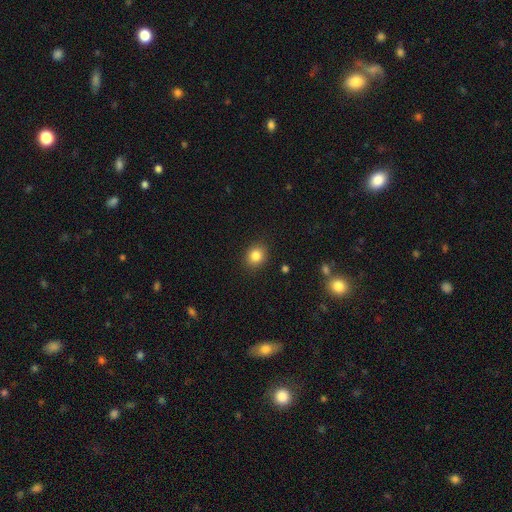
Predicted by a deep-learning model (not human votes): This is clearly a smooth galaxy (84%). How rounded: likely round (65%). Merging: clearly none (89%).